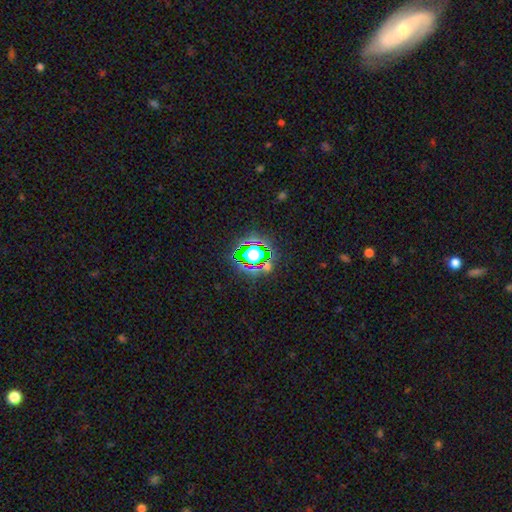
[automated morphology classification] The model was most divided on "smooth or featured": star or artifact: 63%, smooth: 23%, featured or disk: 13%.